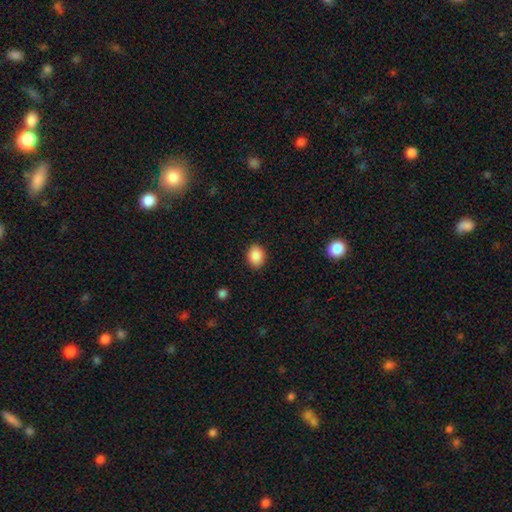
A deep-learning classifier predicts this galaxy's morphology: Smooth or featured? smooth (89%)
How rounded? in between (63%)
Merging? none (89%)